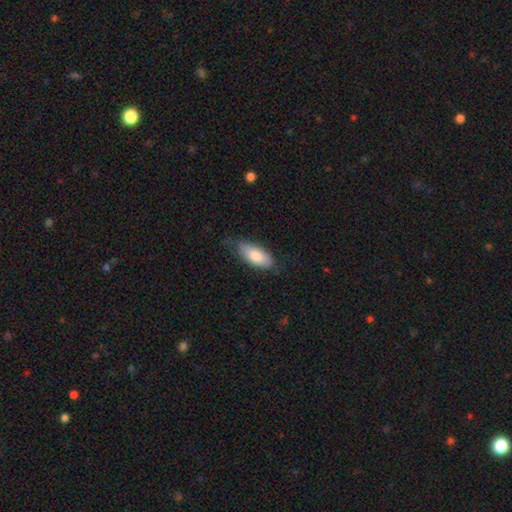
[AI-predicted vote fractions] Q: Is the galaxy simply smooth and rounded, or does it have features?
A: smooth — 81%.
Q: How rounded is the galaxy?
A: in between — 86%.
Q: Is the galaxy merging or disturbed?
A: none — 69%.